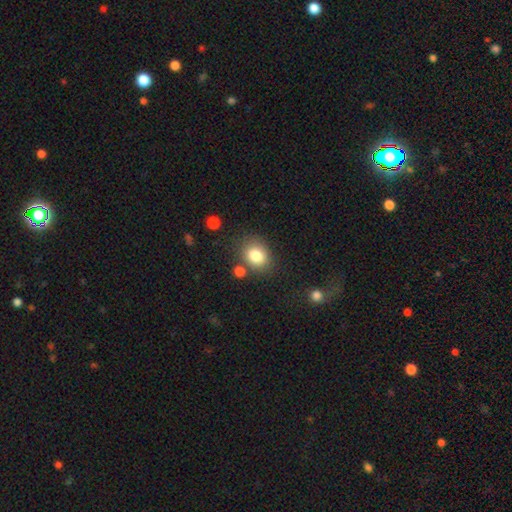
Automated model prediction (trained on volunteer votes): Q: Smooth or featured?
A: smooth (83%); runner-up: star or artifact (10%)
Q: How rounded?
A: in between (51%); runner-up: round (48%)
Q: Merging?
A: none (74%); runner-up: minor disturbance (13%)